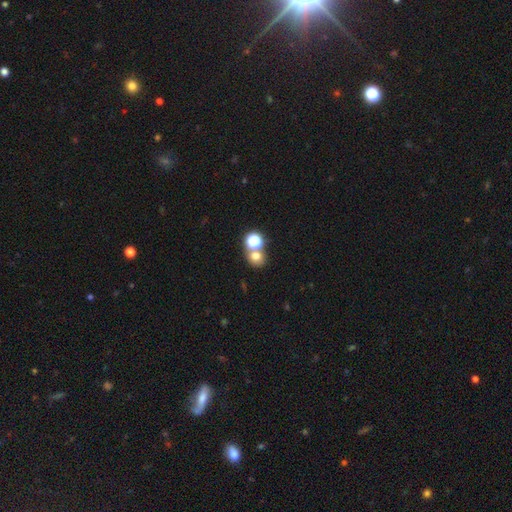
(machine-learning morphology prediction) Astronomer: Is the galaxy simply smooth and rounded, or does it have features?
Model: smooth — 70%.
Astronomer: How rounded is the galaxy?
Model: round — 73%.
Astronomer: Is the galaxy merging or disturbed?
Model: none — 53% (runner-up: merger, 35%).